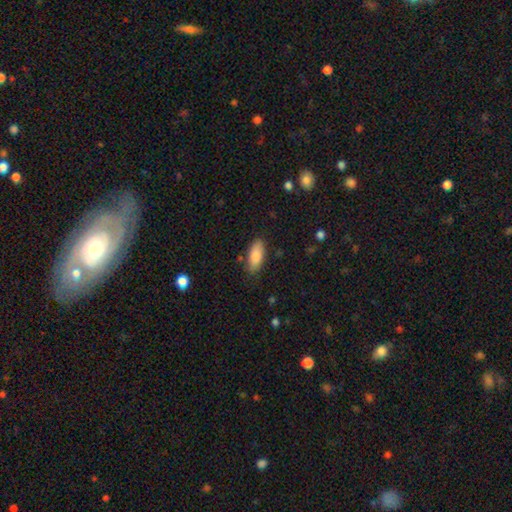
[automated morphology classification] A smooth galaxy with no disk features (85%) that is in between round and cigar-shaped (81%).

Vote fractions:
- Smooth or featured? smooth: 85% / featured or disk: 9% / star or artifact: 6%
- How rounded? in between: 81% / cigar-shaped: 17% / round: 2%
- Merging? none: 83% / minor disturbance: 13% / major disturbance: 3% / merger: 2%